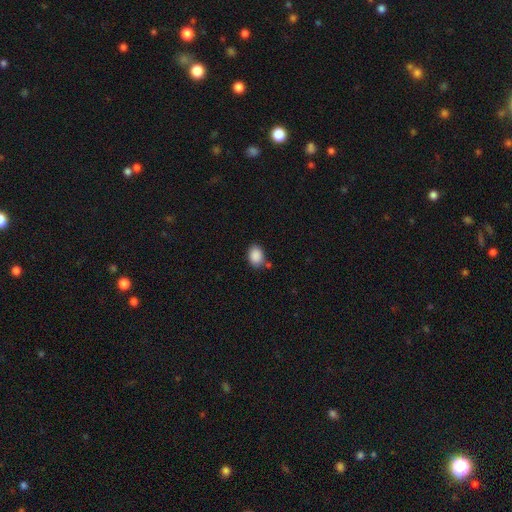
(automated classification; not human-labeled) Q: Smooth or featured?
A: smooth (88%); runner-up: star or artifact (8%)
Q: How rounded?
A: in between (69%); runner-up: round (30%)
Q: Merging?
A: none (74%); runner-up: minor disturbance (15%)